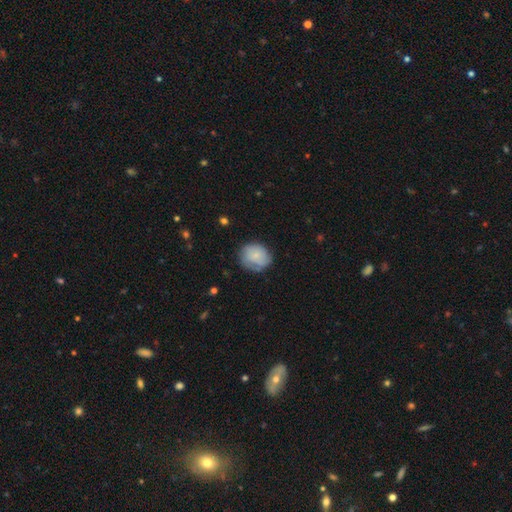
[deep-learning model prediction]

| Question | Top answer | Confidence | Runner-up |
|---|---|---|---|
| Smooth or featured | smooth | 64% | featured or disk (28%) |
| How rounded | round | 71% | in between (28%) |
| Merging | none | 67% | minor disturbance (24%) |